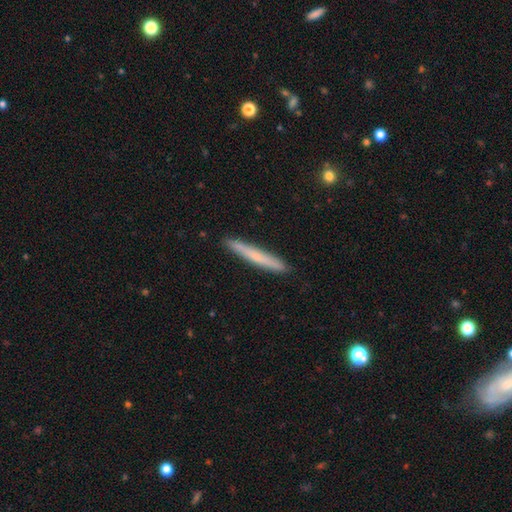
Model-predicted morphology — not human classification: smooth_or_featured: smooth (p=0.53) [alt: featured or disk p=0.41]
how_rounded: cigar-shaped (p=0.96) [alt: in between p=0.02]
merging: none (p=0.91) [alt: minor disturbance p=0.07]